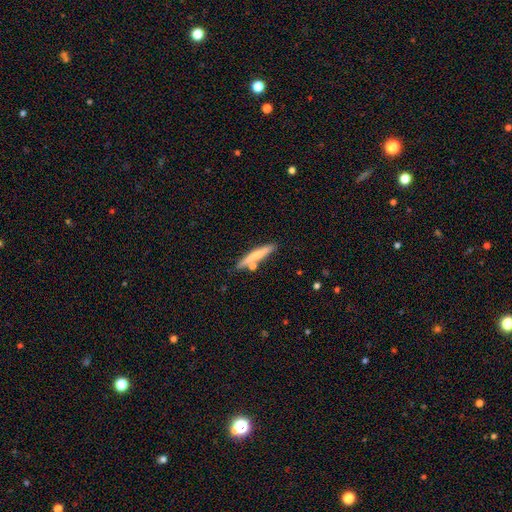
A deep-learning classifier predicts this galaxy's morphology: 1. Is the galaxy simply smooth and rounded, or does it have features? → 64% smooth, 30% featured or disk, 6% star or artifact.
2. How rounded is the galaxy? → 92% cigar-shaped, 7% in between, 2% round.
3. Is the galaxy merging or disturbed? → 74% none, 12% minor disturbance, 11% merger, 3% major disturbance.